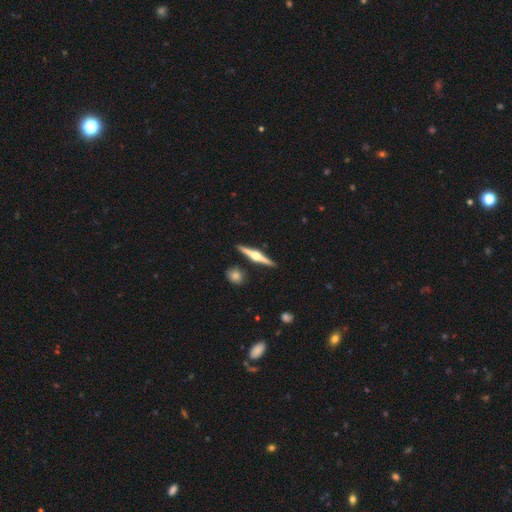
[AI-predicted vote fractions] smooth-or-featured: featured or disk: 79% | smooth: 16% | star or artifact: 5%
  disk-edge-on: yes: 98% | no: 2%
    edge-on-bulge: rounded: 94% | boxy: 4% | none: 2%
  merging: none: 90% | minor disturbance: 6% | merger: 3% | major disturbance: 1%